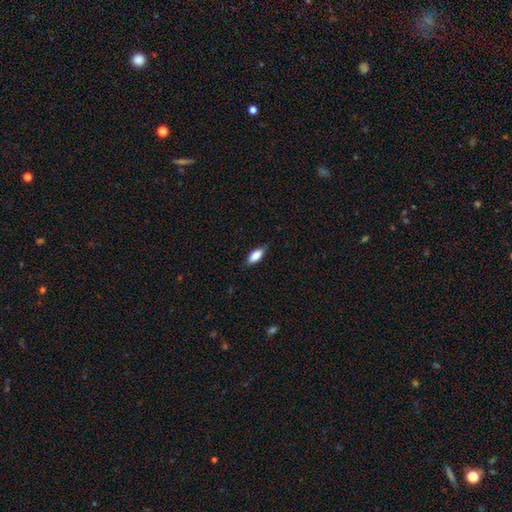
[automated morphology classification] Smooth or featured: smooth — 85% (featured or disk — 9%)
How rounded: in between — 82% (cigar-shaped — 16%)
Merging: none — 80% (minor disturbance — 16%)